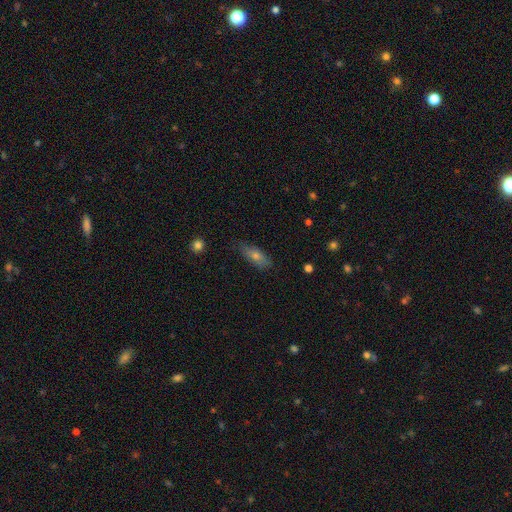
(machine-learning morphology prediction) This is likely a smooth galaxy (61%). How rounded: possibly in between (57%). Merging: likely none (76%).